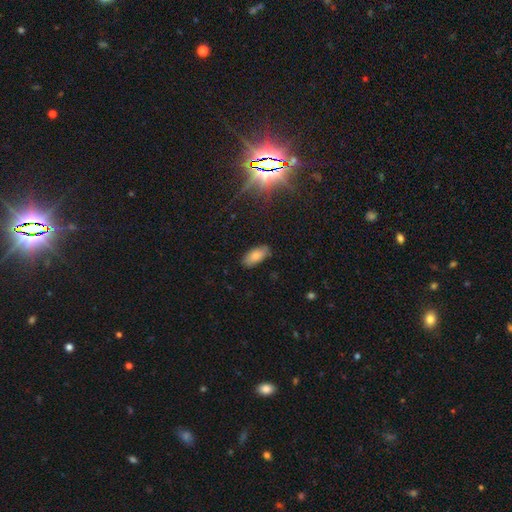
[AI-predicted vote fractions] Smooth or featured: smooth — 78% (featured or disk — 12%)
How rounded: in between — 91% (cigar-shaped — 7%)
Merging: none — 83% (minor disturbance — 13%)